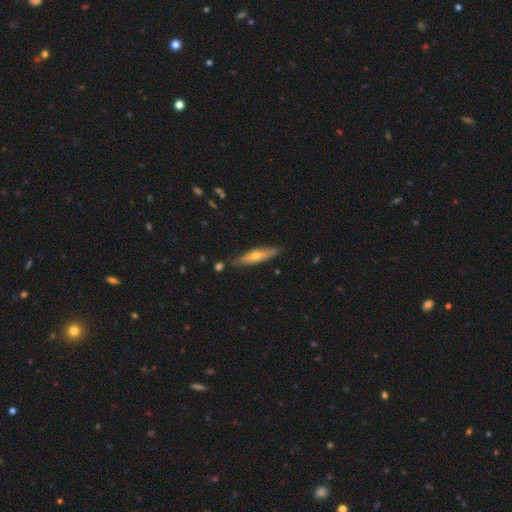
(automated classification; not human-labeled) Smooth or featured?
  - featured or disk: 51% *
  - smooth: 43%
  - star or artifact: 6%
Edge-on disk?
  - yes: 83% *
  - no: 17%
Merging?
  - none: 82% *
  - minor disturbance: 13%
  - merger: 3%
  - major disturbance: 2%